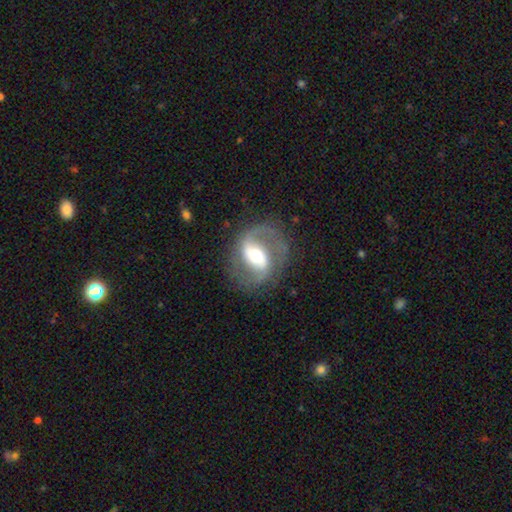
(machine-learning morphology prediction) Smooth or featured?
  - featured or disk: 84% *
  - smooth: 11%
  - star or artifact: 5%
Edge-on disk?
  - no: 97% *
  - yes: 3%
Bar?
  - strong: 40% *
  - weak: 39%
  - no: 21%
Spiral arms?
  - yes: 92% *
  - no: 8%
Spiral winding?
  - medium: 51% *
  - loose: 32%
  - tight: 16%
Spiral arm count?
  - 2: 89% *
  - 1: 4%
  - can't tell: 3%
  - 3: 1%
  - 4: 1%
  - more than 4: 1%
Bulge size?
  - moderate: 63% *
  - large: 19%
  - small: 15%
  - dominant: 2%
  - none: 1%
Merging?
  - none: 76% *
  - minor disturbance: 13%
  - major disturbance: 10%
  - merger: 1%